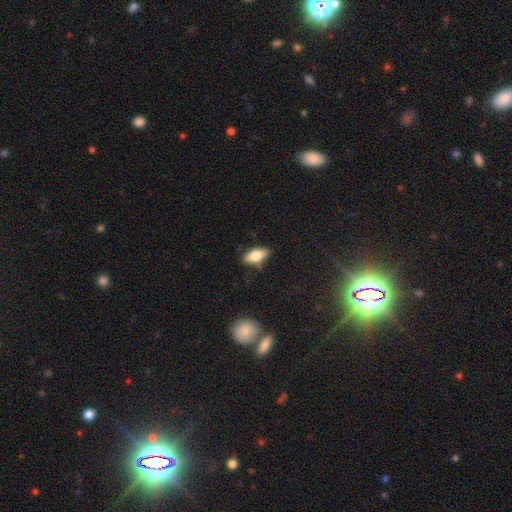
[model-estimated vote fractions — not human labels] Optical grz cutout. It shows a smooth galaxy with no disk features (73%) that is in between round and cigar-shaped (86%). Merging: none (80%).